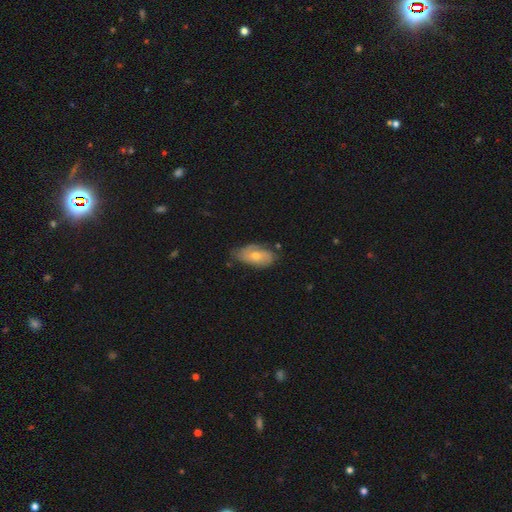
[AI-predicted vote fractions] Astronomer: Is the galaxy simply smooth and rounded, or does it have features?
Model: featured or disk — 50% (runner-up: smooth, 42%).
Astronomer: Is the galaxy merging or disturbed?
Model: none — 67%.